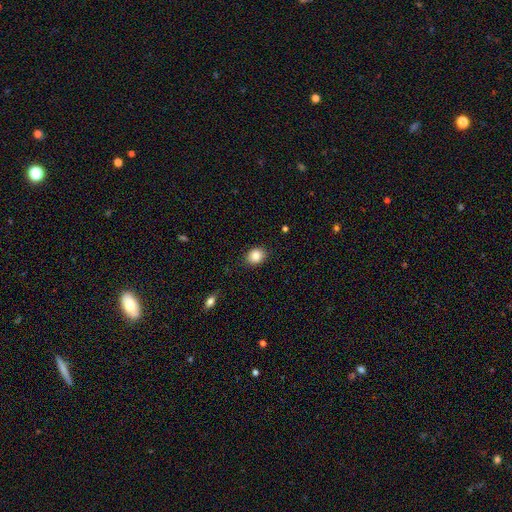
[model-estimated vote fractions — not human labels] smooth 85%, star or artifact 9%, featured or disk 6%. Down the decision tree: how rounded — round (60%); merging — none (88%).